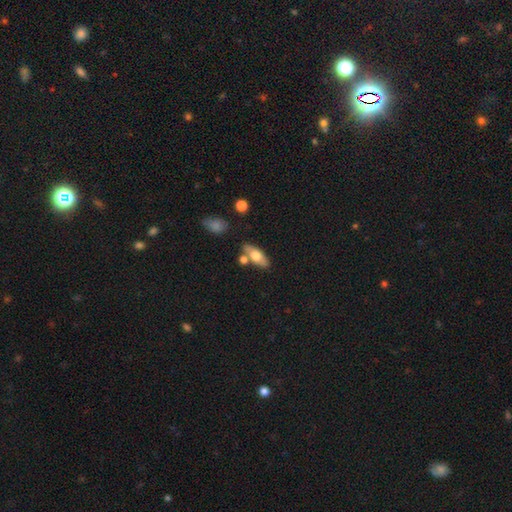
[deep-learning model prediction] smooth_or_featured: smooth (p=0.64) [alt: featured or disk p=0.30]
how_rounded: in between (p=0.74) [alt: cigar-shaped p=0.22]
merging: none (p=0.69) [alt: merger p=0.14]